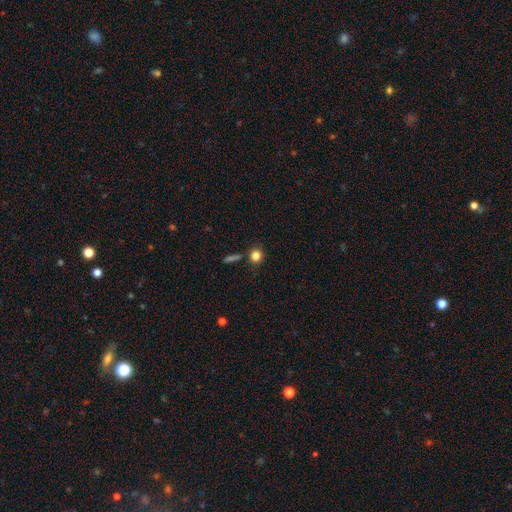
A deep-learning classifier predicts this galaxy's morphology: A smooth galaxy with no disk features (82%) that is round (85%). Merging: none (81%).